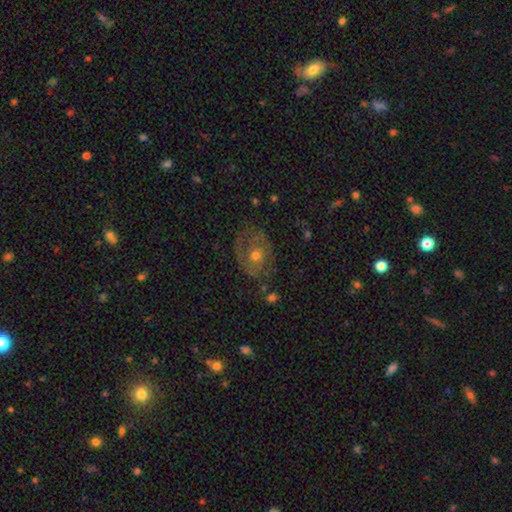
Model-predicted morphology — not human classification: Smooth or featured? Predicted: featured or disk (p=0.61). Edge-on disk? Predicted: no (p=0.96). Bar? Predicted: no (p=0.84). Spiral arms? Predicted: yes (p=0.58). Bulge size? Predicted: moderate (p=0.65). Merging? Predicted: none (p=0.63).